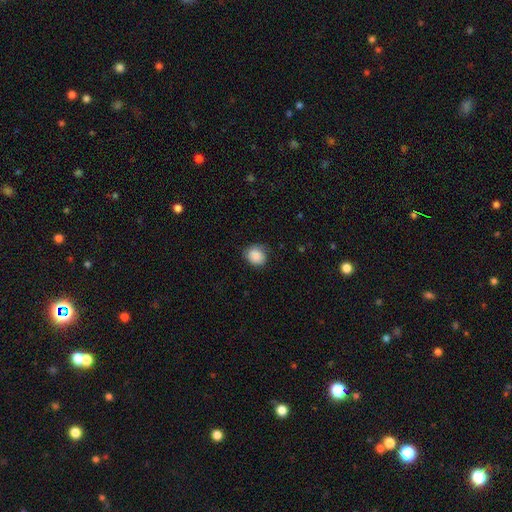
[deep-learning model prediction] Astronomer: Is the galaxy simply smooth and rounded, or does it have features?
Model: smooth — 88%.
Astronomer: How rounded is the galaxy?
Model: round — 69%.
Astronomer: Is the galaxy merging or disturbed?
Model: none — 77%.